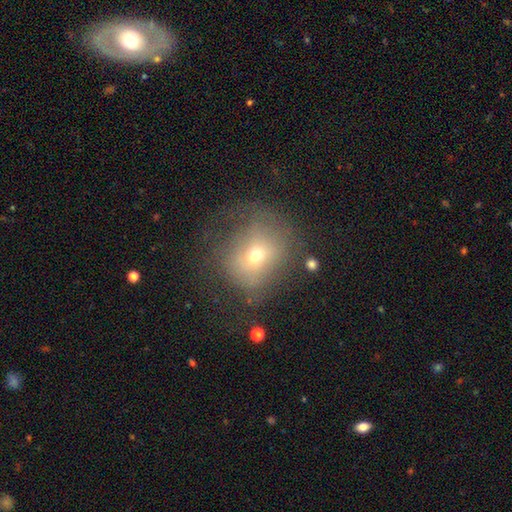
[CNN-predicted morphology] Smooth or featured: smooth — 56% (featured or disk — 27%)
How rounded: round — 77% (in between — 22%)
Merging: none — 48% (major disturbance — 27%)